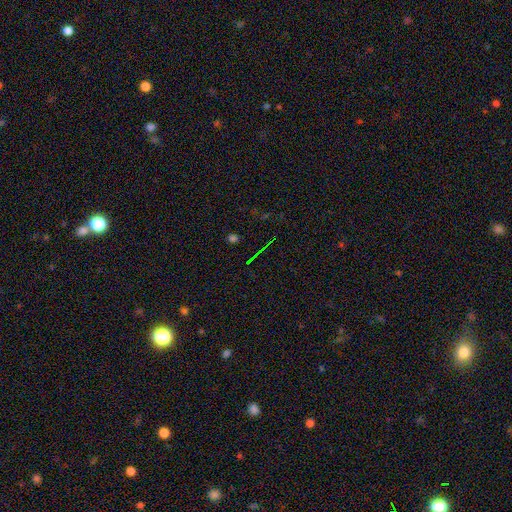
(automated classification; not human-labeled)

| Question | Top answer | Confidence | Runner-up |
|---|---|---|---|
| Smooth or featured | star or artifact | 71% | smooth (17%) |